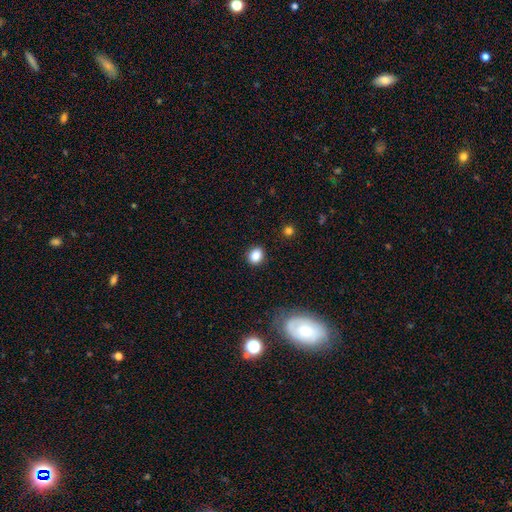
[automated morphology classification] smooth-or-featured: smooth: 87% | star or artifact: 10% | featured or disk: 4%
  how-rounded: round: 62% | in between: 37% | cigar-shaped: 1%
  merging: none: 89% | minor disturbance: 8% | major disturbance: 2% | merger: 1%